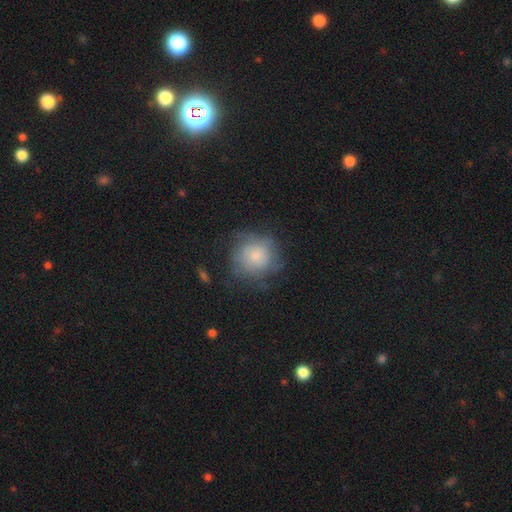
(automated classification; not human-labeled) smooth 63%, featured or disk 28%, star or artifact 9%. Down the decision tree: how rounded — round (89%); merging — none (59%).